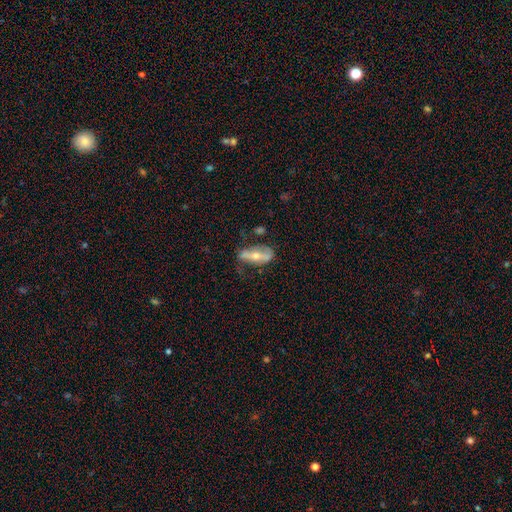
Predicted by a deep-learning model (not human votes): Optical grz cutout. It shows a featured or disk galaxy (58%). Merging: none (57%).